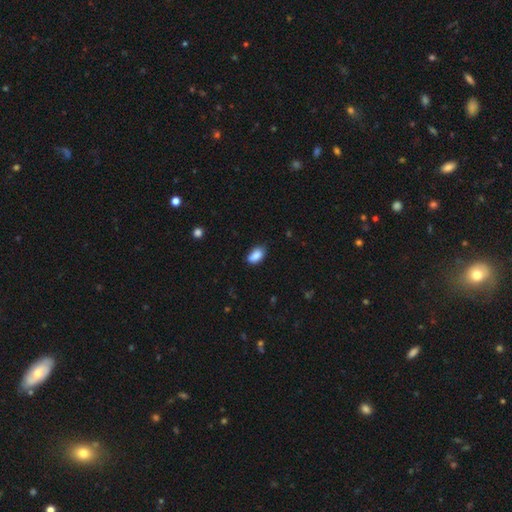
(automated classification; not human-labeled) This appears to be a smooth galaxy with no disk features (87%) that is in between round and cigar-shaped (92%). Merging: none (69%).